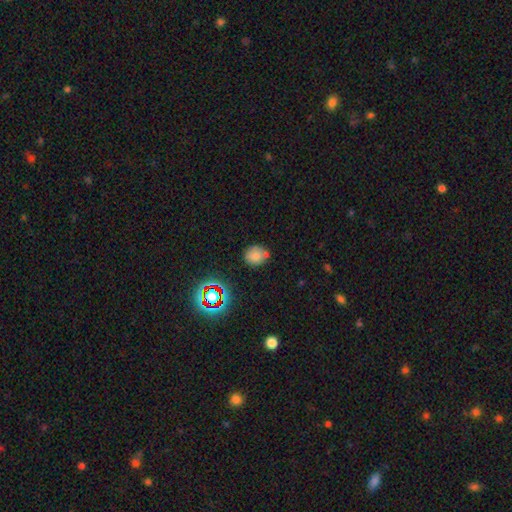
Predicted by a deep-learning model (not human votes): Overall: smooth (74%). How rounded: round (61%; in between 38%). Merging: none (61%; minor disturbance 23%).